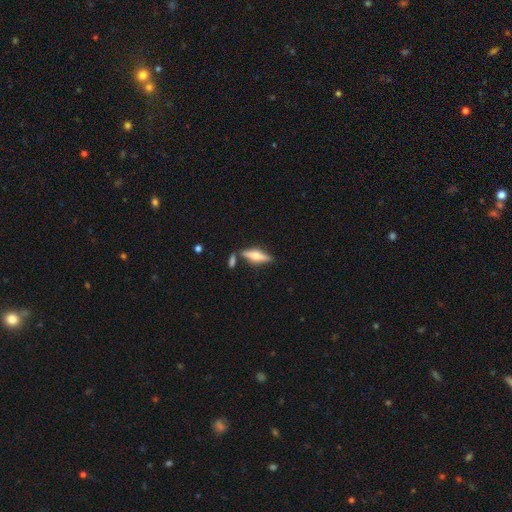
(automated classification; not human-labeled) Morphology: type=featured or disk (54%); edge-on=yes (93%); edge-on bulge=rounded (87%); merging=none (74%).